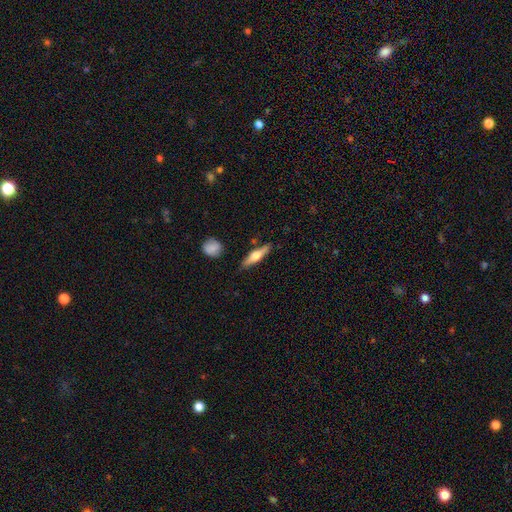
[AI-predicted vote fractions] Smooth or featured: featured or disk — 51% (smooth — 43%)
Edge-on disk: yes — 94% (no — 6%)
Merging: none — 85% (minor disturbance — 10%)